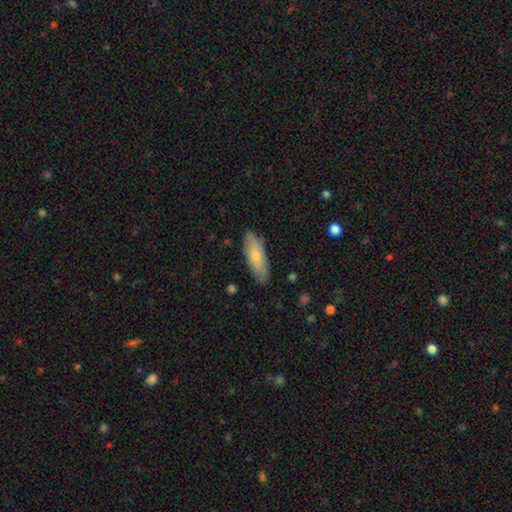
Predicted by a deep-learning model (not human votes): Smooth or featured?
  - smooth: 65% *
  - featured or disk: 29%
  - star or artifact: 6%
How rounded?
  - in between: 60% *
  - cigar-shaped: 38%
  - round: 2%
Merging?
  - none: 83% *
  - minor disturbance: 13%
  - major disturbance: 2%
  - merger: 1%